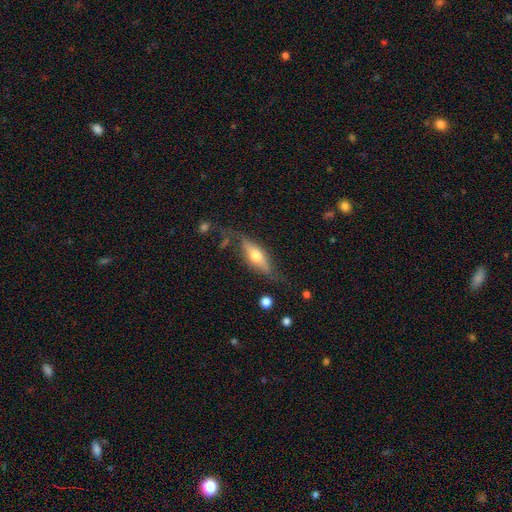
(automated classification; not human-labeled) A featured or disk galaxy (53%) viewed edge-on (82%).

Vote fractions:
- Smooth or featured? featured or disk: 53% / smooth: 41% / star or artifact: 6%
- Edge-on disk? yes: 82% / no: 18%
- Merging? none: 66% / minor disturbance: 21% / major disturbance: 9% / merger: 4%